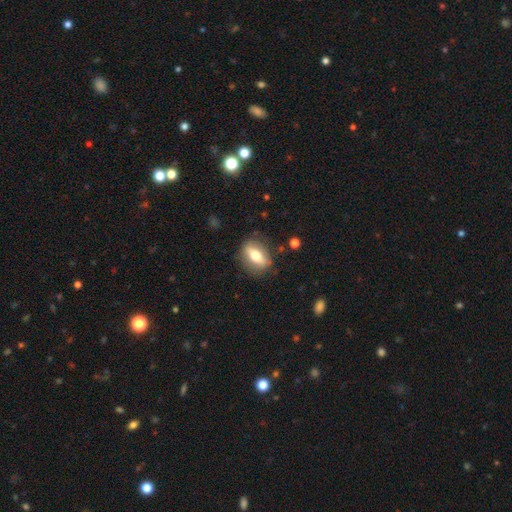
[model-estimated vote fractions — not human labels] Smooth or featured? Predicted: smooth (p=0.59). How rounded? Predicted: in between (p=0.72). Merging? Predicted: none (p=0.80).